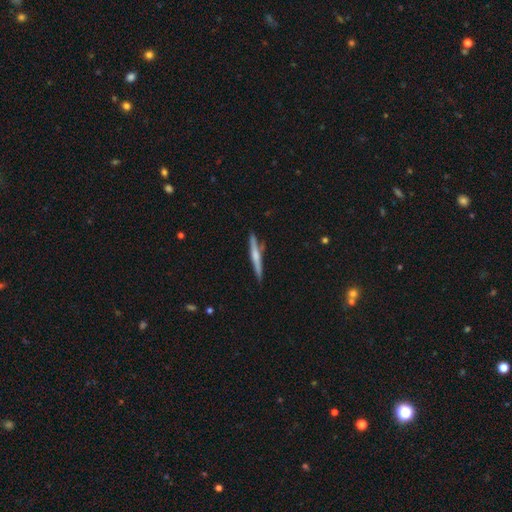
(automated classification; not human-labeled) Morphology: type=featured or disk (53%); edge-on=yes (97%); edge-on bulge=rounded (59%); merging=none (84%).